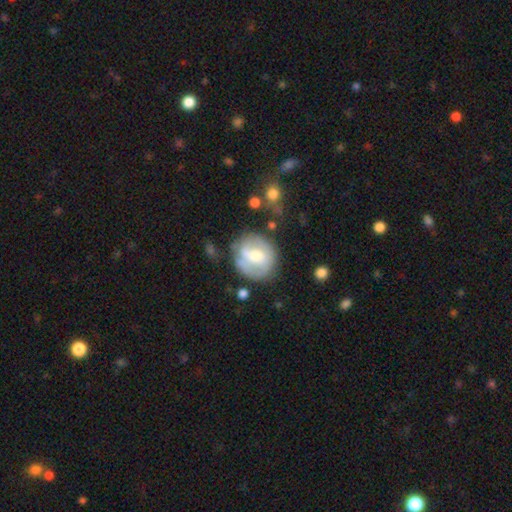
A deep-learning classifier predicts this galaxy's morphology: Smooth or featured: featured or disk — 54% (smooth — 40%)
Edge-on disk: no — 97% (yes — 3%)
Bar: weak — 46% (no — 35%)
Spiral arms: yes — 60% (no — 40%)
Bulge size: moderate — 57% (small — 32%)
Merging: none — 64% (minor disturbance — 20%)